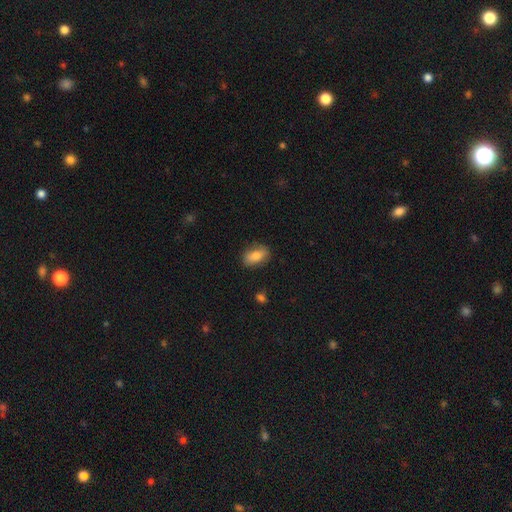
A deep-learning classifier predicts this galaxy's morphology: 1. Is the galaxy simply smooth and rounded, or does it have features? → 79% smooth, 14% featured or disk, 7% star or artifact.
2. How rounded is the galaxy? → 85% in between, 10% round, 5% cigar-shaped.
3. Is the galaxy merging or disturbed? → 80% none, 15% minor disturbance, 3% major disturbance, 2% merger.